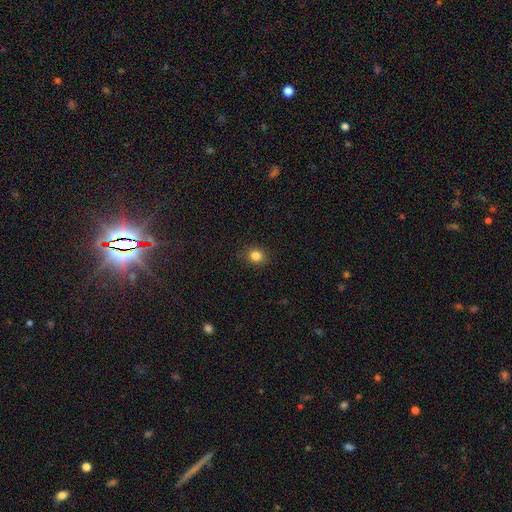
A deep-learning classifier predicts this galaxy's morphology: Overall: smooth (84%). How rounded: round (76%). Merging: none (89%).